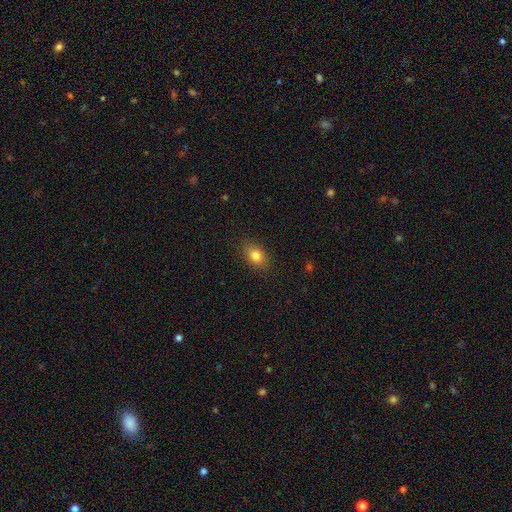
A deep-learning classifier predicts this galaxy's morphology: Overall: smooth (82%). How rounded: in between (73%). Merging: none (86%).